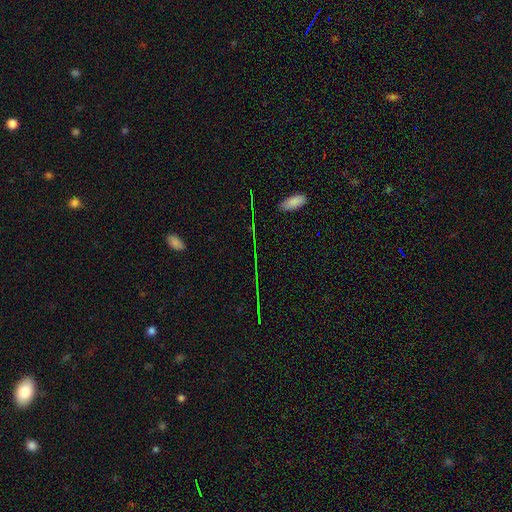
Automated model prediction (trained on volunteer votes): smooth_or_featured: star or artifact (p=0.74) [alt: smooth p=0.14]